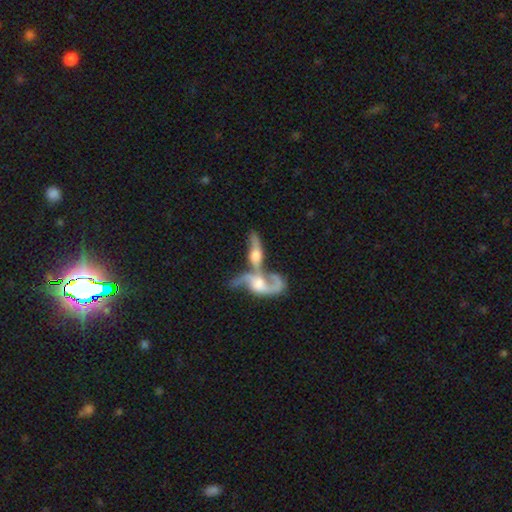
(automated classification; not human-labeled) This is likely a featured or disk galaxy (71%). It is possibly not viewed edge-on (56%). Merging: likely merger (72%).